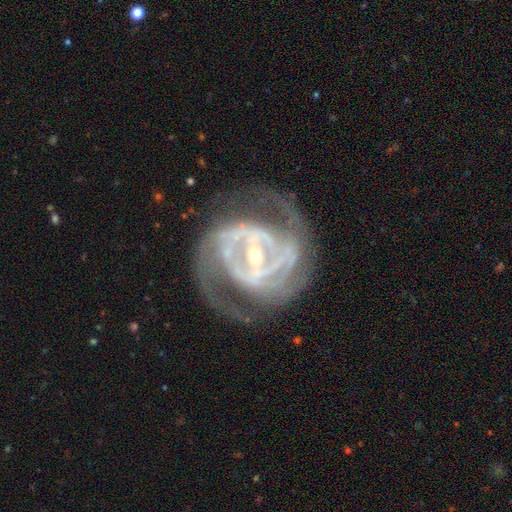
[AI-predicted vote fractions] Q: Smooth or featured?
A: featured or disk (90%); runner-up: star or artifact (6%)
Q: Edge-on disk?
A: no (97%); runner-up: yes (3%)
Q: Bar?
A: strong (56%); runner-up: weak (30%)
Q: Spiral arms?
A: yes (94%); runner-up: no (6%)
Q: Spiral winding?
A: tight (50%); runner-up: medium (41%)
Q: Spiral arm count?
A: 2 (43%); runner-up: can't tell (20%)
Q: Bulge size?
A: small (70%); runner-up: moderate (26%)
Q: Merging?
A: none (65%); runner-up: minor disturbance (17%)